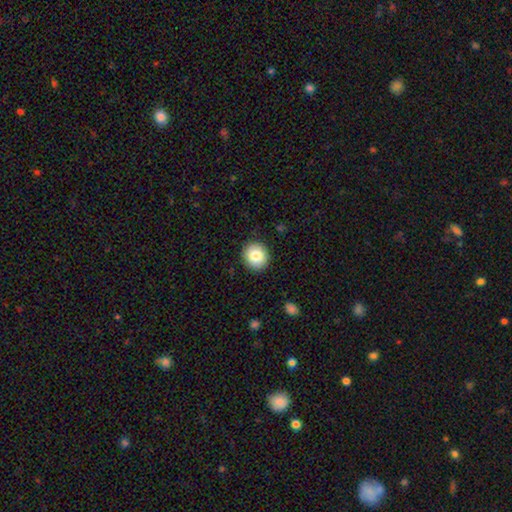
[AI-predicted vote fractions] This is clearly a smooth galaxy (84%). How rounded: clearly round (85%). Merging: clearly none (90%).